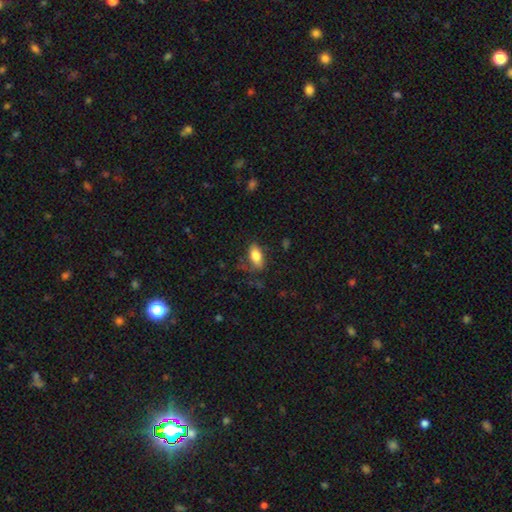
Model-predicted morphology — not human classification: smooth 80%, featured or disk 12%, star or artifact 7%. Down the decision tree: how rounded — in between (88%); merging — none (69%).